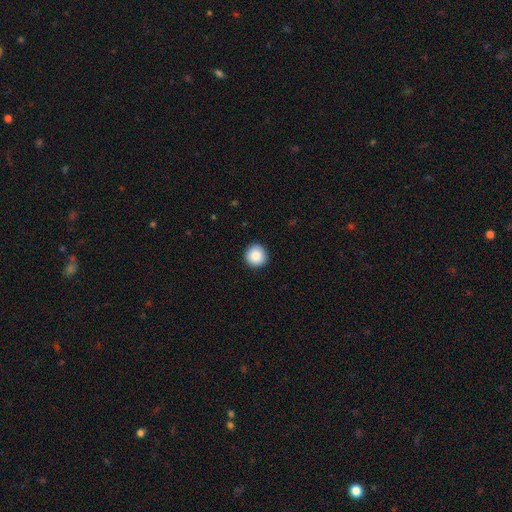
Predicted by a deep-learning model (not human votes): Q: Smooth or featured?
A: smooth (89%); runner-up: star or artifact (8%)
Q: How rounded?
A: round (95%); runner-up: in between (4%)
Q: Merging?
A: none (92%); runner-up: minor disturbance (5%)